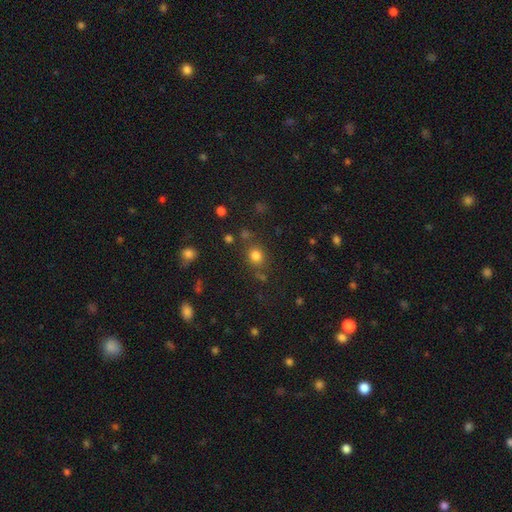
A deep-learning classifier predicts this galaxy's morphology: This is likely a smooth galaxy (78%). How rounded: likely round (75%). Merging: likely none (76%).